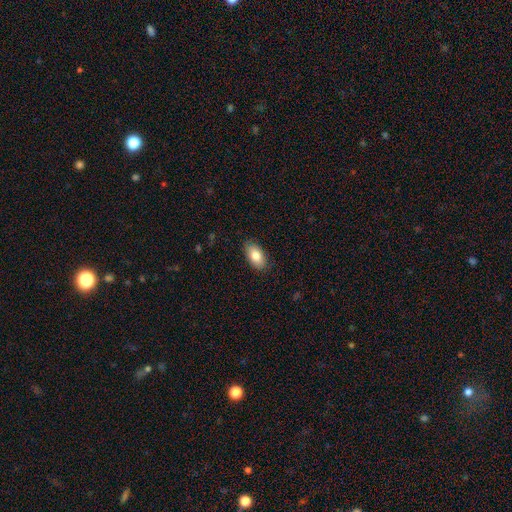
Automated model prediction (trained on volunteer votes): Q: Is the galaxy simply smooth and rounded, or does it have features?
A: smooth — 82%.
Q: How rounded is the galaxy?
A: in between — 94%.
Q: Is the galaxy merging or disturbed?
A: none — 84%.